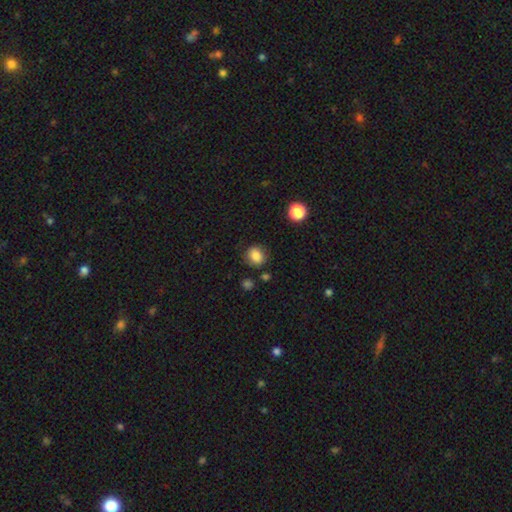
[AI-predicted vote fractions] Smooth or featured?
  - smooth: 84% *
  - star or artifact: 10%
  - featured or disk: 5%
How rounded?
  - round: 72% *
  - in between: 27%
  - cigar-shaped: 1%
Merging?
  - none: 82% *
  - minor disturbance: 12%
  - major disturbance: 4%
  - merger: 3%